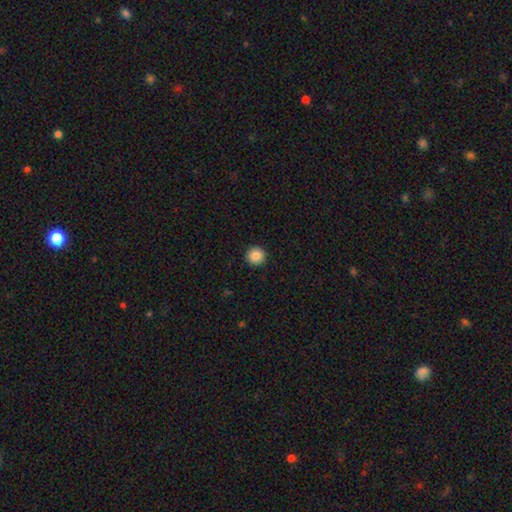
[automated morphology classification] Smooth or featured? smooth (86%)
How rounded? round (95%)
Merging? none (93%)